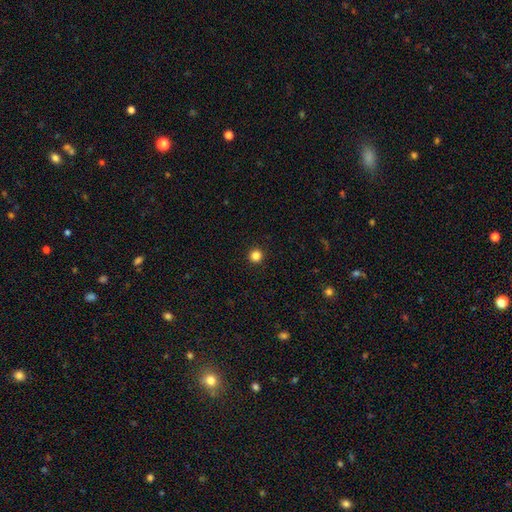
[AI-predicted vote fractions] smooth-or-featured: smooth: 84% | star or artifact: 13% | featured or disk: 3%
  how-rounded: round: 96% | in between: 3% | cigar-shaped: 1%
  merging: none: 93% | minor disturbance: 4% | major disturbance: 2% | merger: 1%